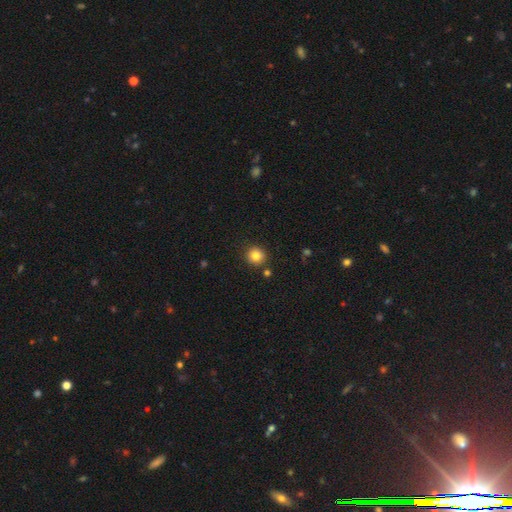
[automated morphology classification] Q: Smooth or featured?
A: smooth (83%); runner-up: star or artifact (11%)
Q: How rounded?
A: round (90%); runner-up: in between (9%)
Q: Merging?
A: none (87%); runner-up: minor disturbance (7%)